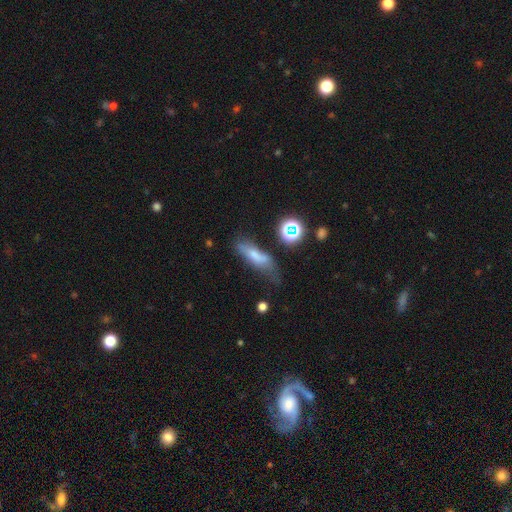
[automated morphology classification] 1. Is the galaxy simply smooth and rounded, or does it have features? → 60% smooth, 27% featured or disk, 13% star or artifact.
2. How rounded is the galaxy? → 49% in between, 46% cigar-shaped, 5% round.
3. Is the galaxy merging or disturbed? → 37% none, 33% minor disturbance, 22% major disturbance, 8% merger.